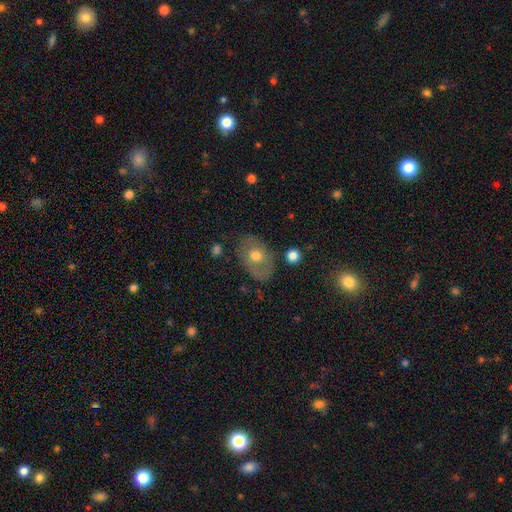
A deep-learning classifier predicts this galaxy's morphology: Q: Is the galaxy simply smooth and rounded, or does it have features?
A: smooth — 49%.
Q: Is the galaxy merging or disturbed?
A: none — 77%.